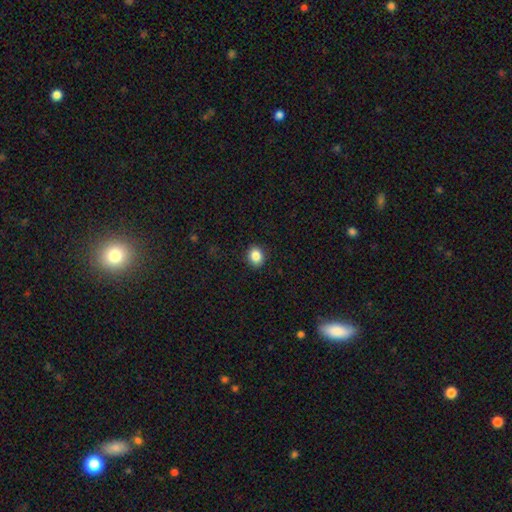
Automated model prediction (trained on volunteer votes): Smooth or featured?
  - smooth: 86% *
  - star or artifact: 10%
  - featured or disk: 5%
How rounded?
  - round: 61% *
  - in between: 38%
  - cigar-shaped: 1%
Merging?
  - none: 90% *
  - minor disturbance: 7%
  - major disturbance: 2%
  - merger: 1%